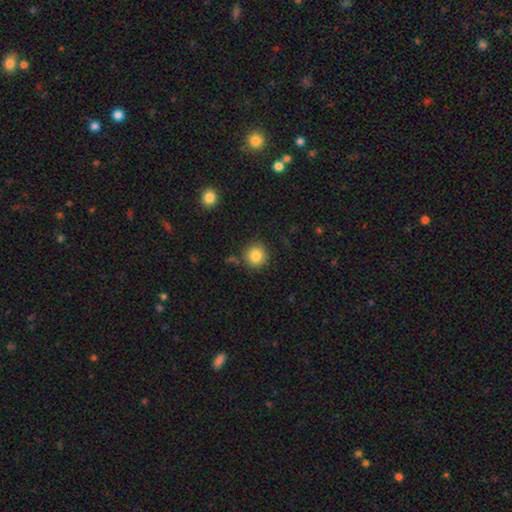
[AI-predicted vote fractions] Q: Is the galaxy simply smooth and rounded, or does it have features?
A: smooth — 85%.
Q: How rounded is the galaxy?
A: round — 93%.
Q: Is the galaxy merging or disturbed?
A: none — 86%.